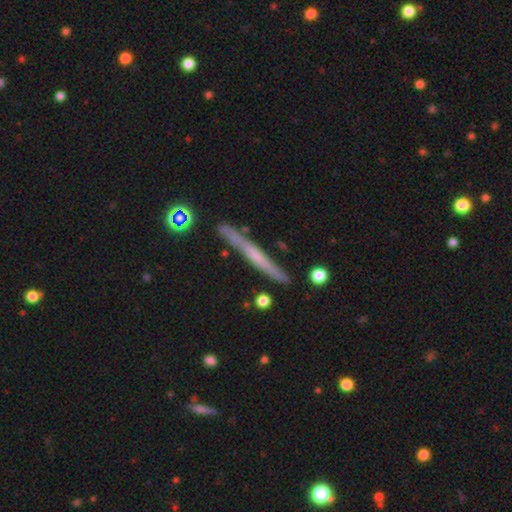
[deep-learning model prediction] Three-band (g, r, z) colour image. It shows a featured or disk galaxy (58%) viewed edge-on (97%) with no central bulge (70%). Merging: none (87%).